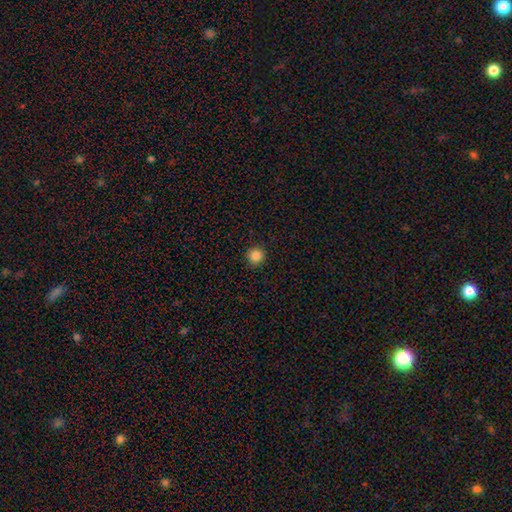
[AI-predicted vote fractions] The model was most divided on "smooth or featured": smooth: 85%, star or artifact: 11%, featured or disk: 4%. More confident: how rounded — round (94%); merging — none (92%).